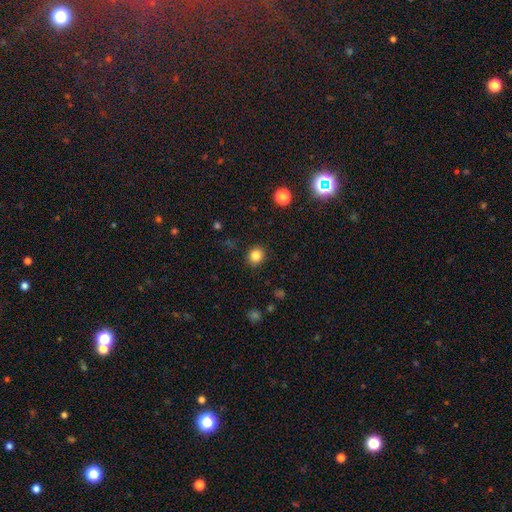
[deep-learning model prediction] Q: Smooth or featured?
A: smooth (82%); runner-up: star or artifact (12%)
Q: How rounded?
A: round (78%); runner-up: in between (21%)
Q: Merging?
A: none (89%); runner-up: minor disturbance (7%)